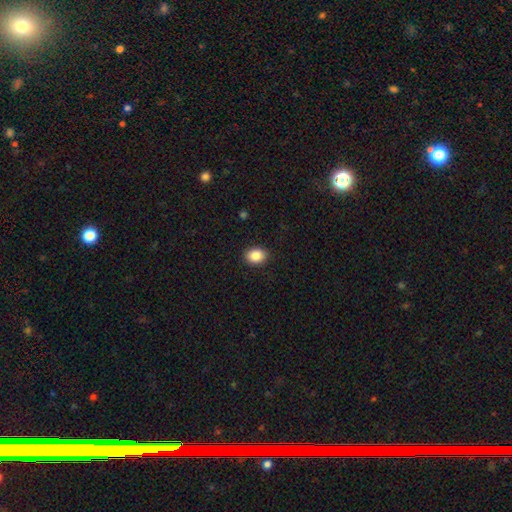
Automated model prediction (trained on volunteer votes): The model was most divided on "how rounded": in between: 60%, round: 39%, cigar-shaped: 1%. More confident: merging — none (90%); smooth or featured — smooth (88%).